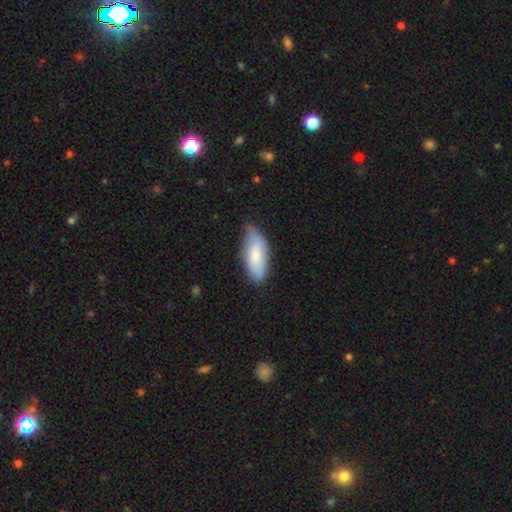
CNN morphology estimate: This is likely a smooth galaxy (76%). How rounded: likely in between (78%). Merging: possibly none (59%).